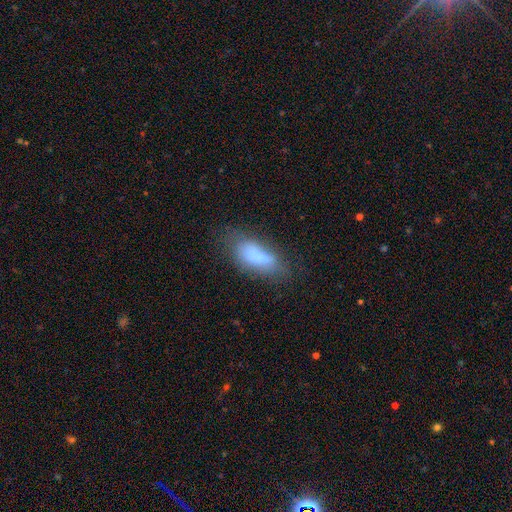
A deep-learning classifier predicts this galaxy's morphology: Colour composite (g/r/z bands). It shows a smooth galaxy with no disk features (76%) that is in between round and cigar-shaped (77%). Merging: none (57%).